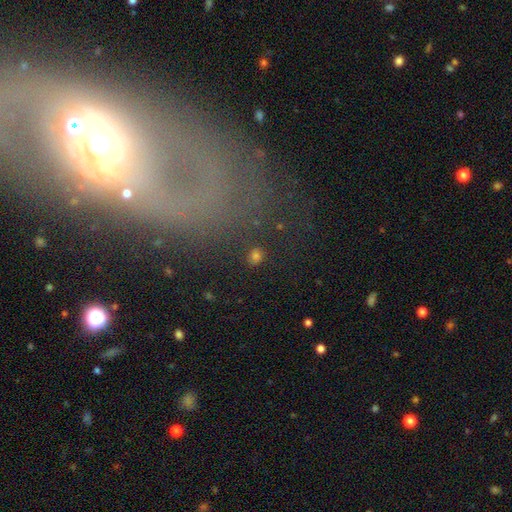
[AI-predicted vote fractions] smooth_or_featured: smooth (p=0.67) [alt: star or artifact p=0.25]
how_rounded: round (p=0.80) [alt: in between p=0.18]
merging: none (p=0.86) [alt: minor disturbance p=0.07]